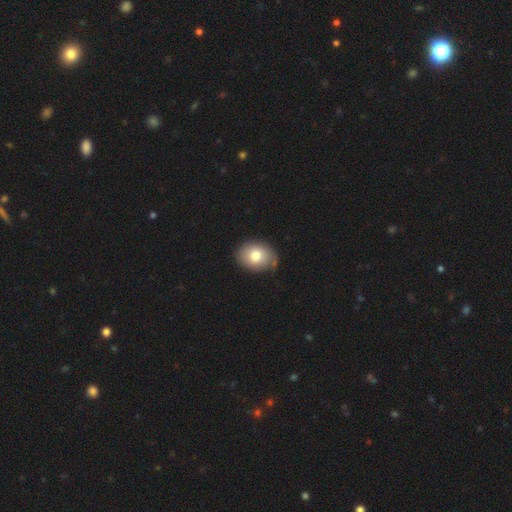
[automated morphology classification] A smooth galaxy with no disk features (78%) that is in between round and cigar-shaped (59%). Merging: none (74%).